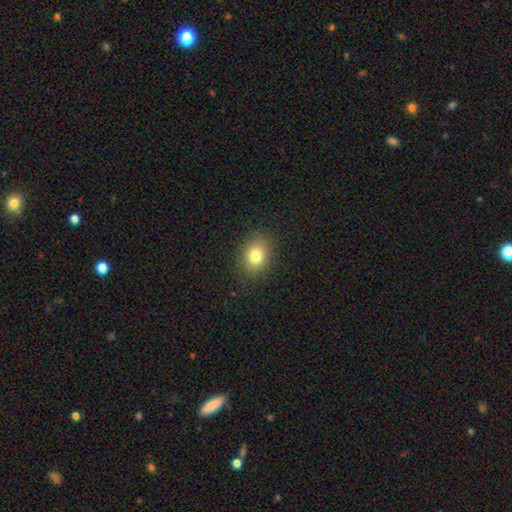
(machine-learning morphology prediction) type=smooth (80%); roundness=in between (52%); merging=none (87%).